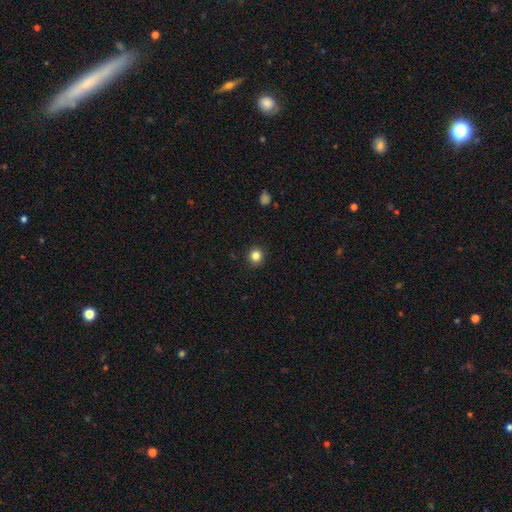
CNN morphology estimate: Overall: smooth (84%). How rounded: round (93%). Merging: none (92%).